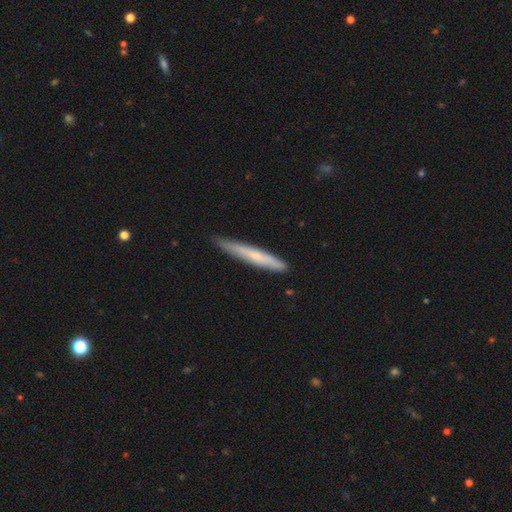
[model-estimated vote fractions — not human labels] Smooth or featured? Predicted: smooth (p=0.58). How rounded? Predicted: cigar-shaped (p=0.96). Merging? Predicted: none (p=0.86).